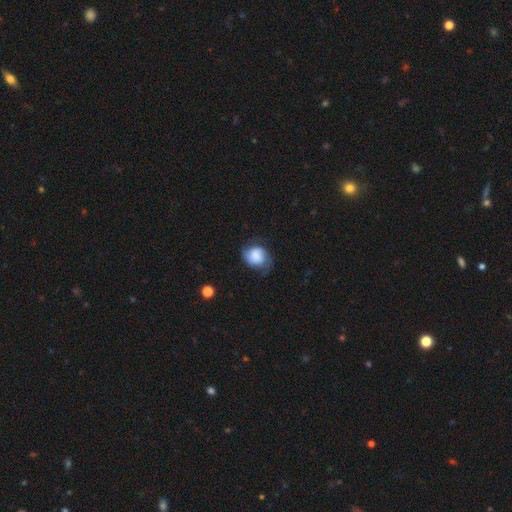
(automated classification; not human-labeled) Smooth or featured?
  - smooth: 55% *
  - featured or disk: 36%
  - star or artifact: 9%
How rounded?
  - round: 57% *
  - in between: 42%
  - cigar-shaped: 1%
Merging?
  - none: 50% *
  - minor disturbance: 31%
  - major disturbance: 17%
  - merger: 2%